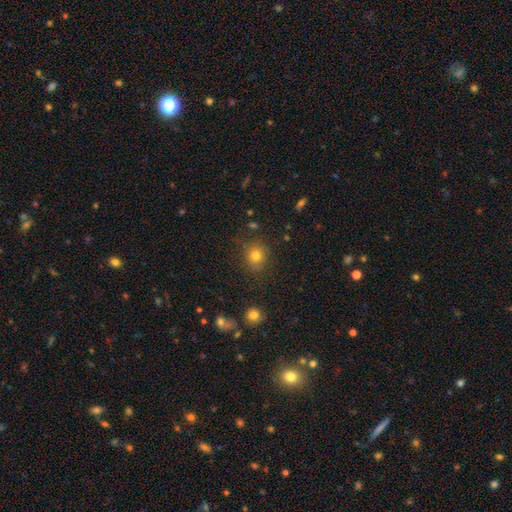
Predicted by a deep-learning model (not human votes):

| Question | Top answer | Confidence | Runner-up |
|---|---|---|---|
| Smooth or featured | smooth | 78% | star or artifact (15%) |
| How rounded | round | 79% | in between (20%) |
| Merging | none | 81% | minor disturbance (13%) |